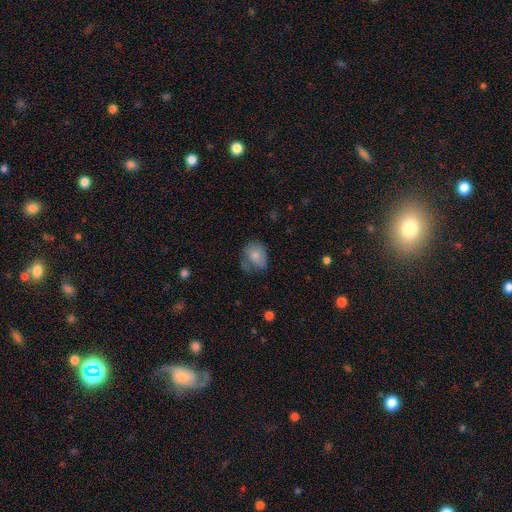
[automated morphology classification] Smooth or featured? Predicted: smooth (p=0.74). How rounded? Predicted: in between (p=0.58). Merging? Predicted: none (p=0.46).